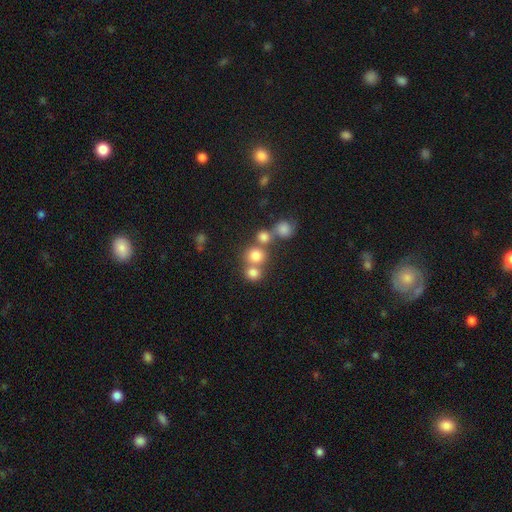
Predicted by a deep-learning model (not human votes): Smooth or featured?
  - smooth: 76% *
  - star or artifact: 15%
  - featured or disk: 10%
How rounded?
  - round: 87% *
  - in between: 12%
  - cigar-shaped: 1%
Merging?
  - none: 52% *
  - merger: 37%
  - minor disturbance: 7%
  - major disturbance: 4%